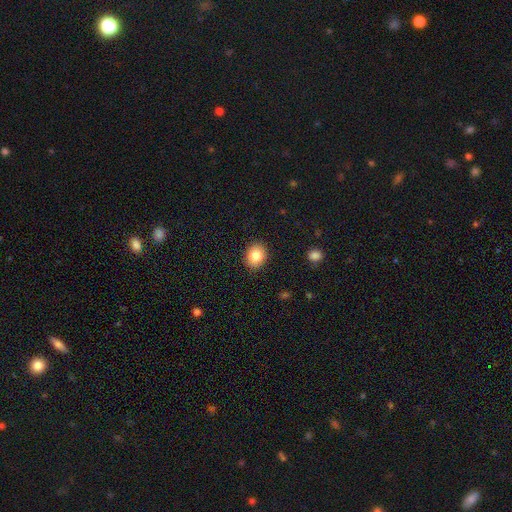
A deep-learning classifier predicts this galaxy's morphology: Smooth or featured? smooth (85%)
How rounded? round (52%)
Merging? none (90%)